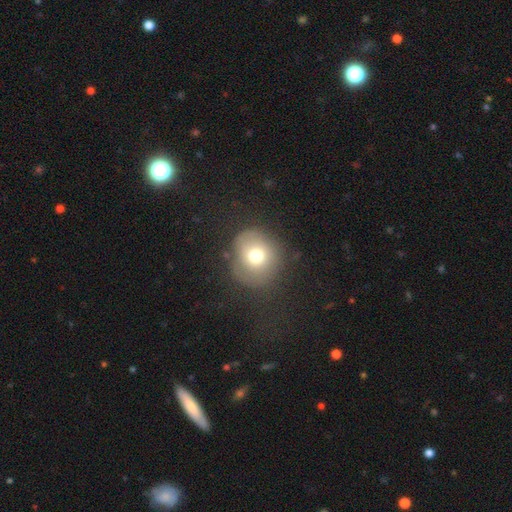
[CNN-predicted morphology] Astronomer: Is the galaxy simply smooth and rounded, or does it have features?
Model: smooth — 70%.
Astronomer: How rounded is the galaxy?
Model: round — 81%.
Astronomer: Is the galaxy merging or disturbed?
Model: none — 68%.